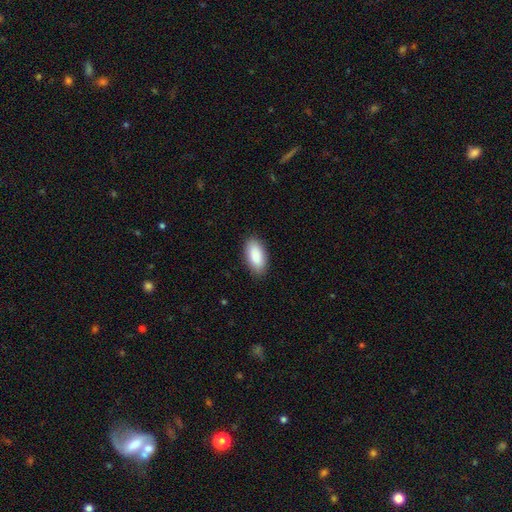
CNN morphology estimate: Smooth or featured? Predicted: smooth (p=0.90). How rounded? Predicted: in between (p=0.93). Merging? Predicted: none (p=0.88).